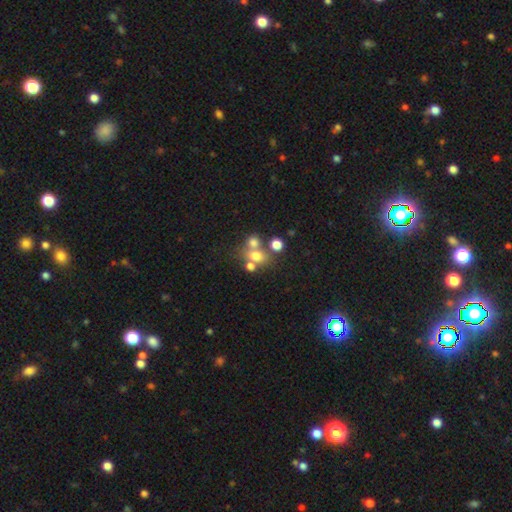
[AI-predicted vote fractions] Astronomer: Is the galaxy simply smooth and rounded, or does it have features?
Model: smooth — 64%.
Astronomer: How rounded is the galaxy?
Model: round — 60% (runner-up: in between, 38%).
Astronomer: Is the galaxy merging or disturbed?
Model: merger — 43% (runner-up: none, 41%).